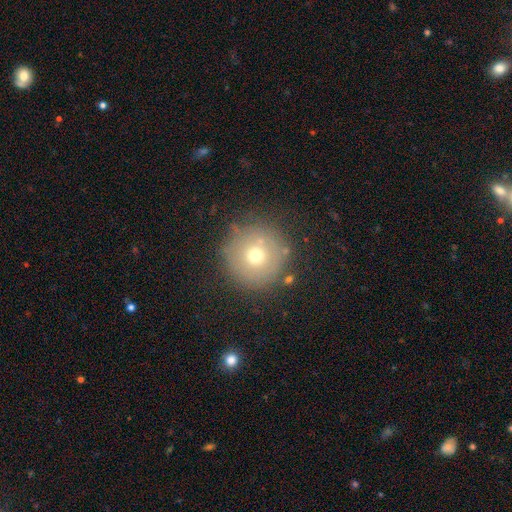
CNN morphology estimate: Smooth or featured? smooth (65%)
How rounded? round (96%)
Merging? none (82%)